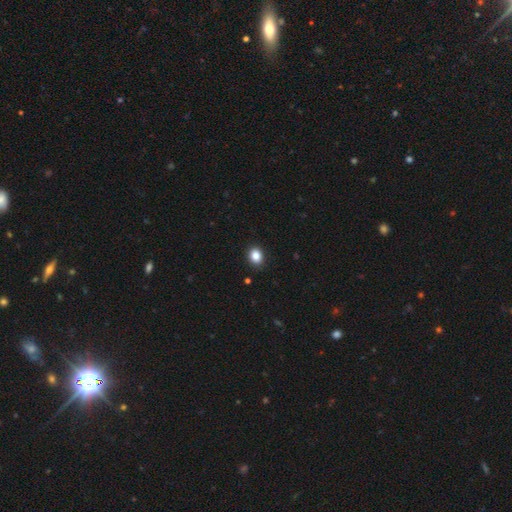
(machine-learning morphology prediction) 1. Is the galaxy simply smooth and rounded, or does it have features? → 87% smooth, 9% star or artifact, 4% featured or disk.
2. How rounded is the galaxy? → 53% in between, 47% round, 1% cigar-shaped.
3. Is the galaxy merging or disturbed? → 89% none, 8% minor disturbance, 2% major disturbance, 1% merger.